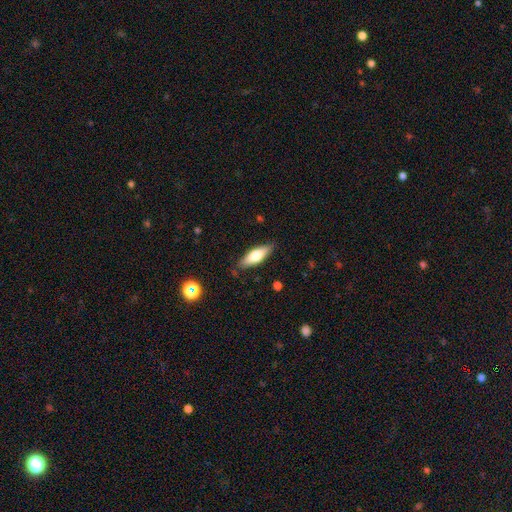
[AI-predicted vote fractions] smooth_or_featured: smooth (p=0.60) [alt: featured or disk p=0.33]
how_rounded: in between (p=0.55) [alt: cigar-shaped p=0.42]
merging: none (p=0.84) [alt: minor disturbance p=0.12]